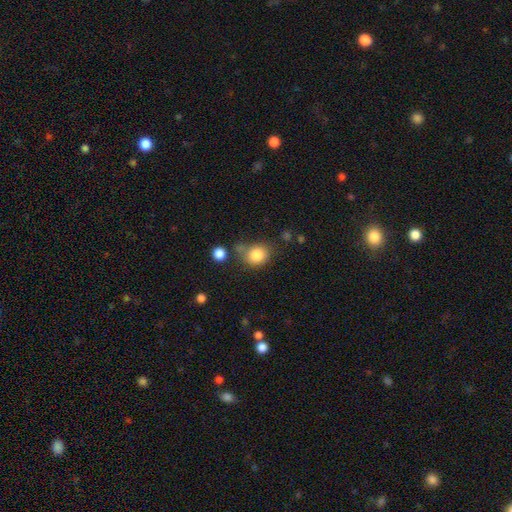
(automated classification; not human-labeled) Morphology: type=smooth (83%); roundness=round (70%); merging=none (59%).